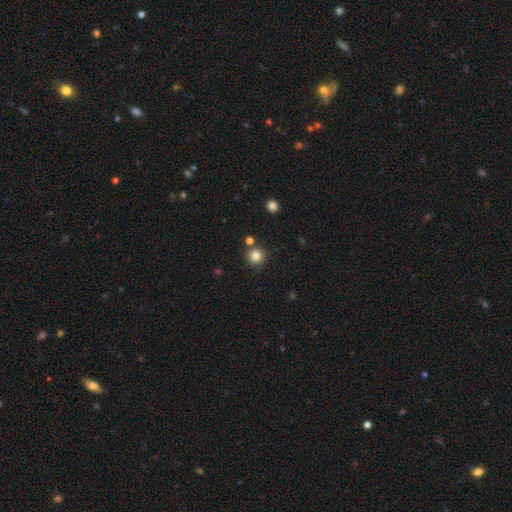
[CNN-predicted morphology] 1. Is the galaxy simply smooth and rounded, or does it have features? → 83% smooth, 12% star or artifact, 5% featured or disk.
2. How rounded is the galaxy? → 95% round, 4% in between, 1% cigar-shaped.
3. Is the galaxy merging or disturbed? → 83% none, 8% merger, 7% minor disturbance, 2% major disturbance.